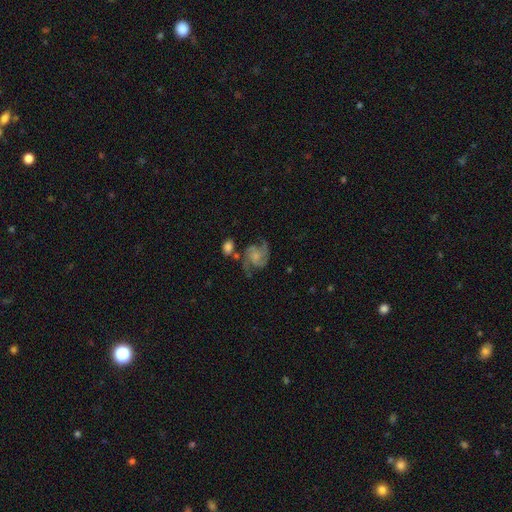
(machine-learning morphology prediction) Q: Smooth or featured?
A: featured or disk (85%); runner-up: smooth (9%)
Q: Edge-on disk?
A: no (98%); runner-up: yes (2%)
Q: Bar?
A: no (69%); runner-up: weak (26%)
Q: Spiral arms?
A: yes (97%); runner-up: no (3%)
Q: Spiral winding?
A: medium (53%); runner-up: tight (24%)
Q: Spiral arm count?
A: 2 (63%); runner-up: 3 (21%)
Q: Bulge size?
A: small (52%); runner-up: moderate (26%)
Q: Merging?
A: none (61%); runner-up: minor disturbance (20%)